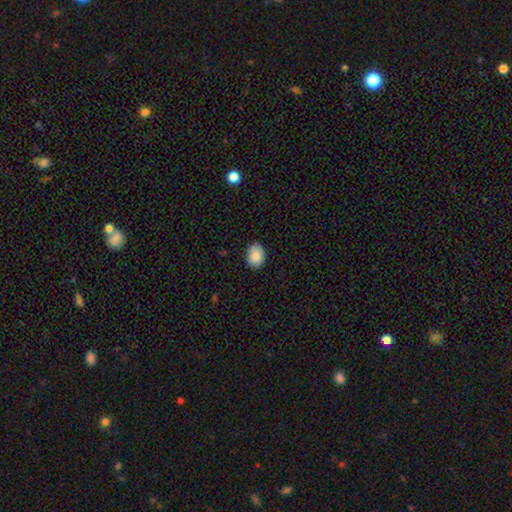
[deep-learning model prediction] Smooth or featured?
  - smooth: 89% *
  - star or artifact: 8%
  - featured or disk: 3%
How rounded?
  - in between: 65% *
  - round: 34%
  - cigar-shaped: 1%
Merging?
  - none: 86% *
  - minor disturbance: 11%
  - major disturbance: 2%
  - merger: 1%